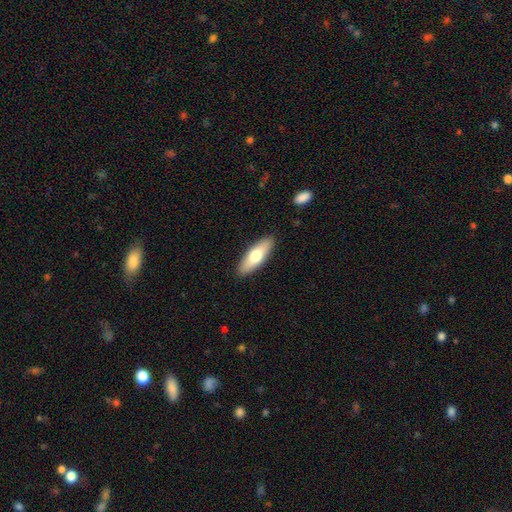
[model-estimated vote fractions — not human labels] The model was most divided on "how rounded": in between: 55%, cigar-shaped: 43%, round: 2%. More confident: merging — none (90%); smooth or featured — smooth (66%).